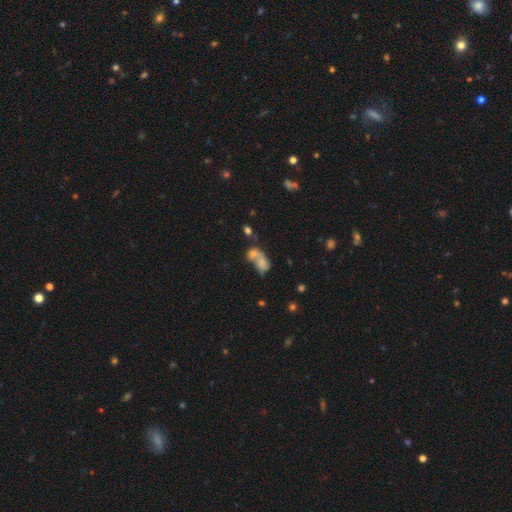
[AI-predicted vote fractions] Smooth or featured: smooth — 64% (featured or disk — 23%)
How rounded: in between — 73% (round — 24%)
Merging: merger — 70% (none — 15%)